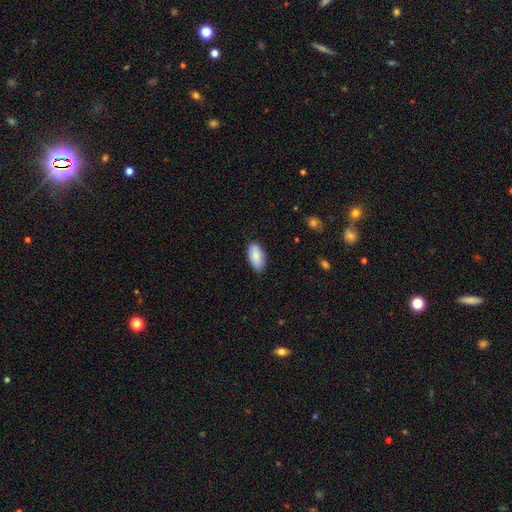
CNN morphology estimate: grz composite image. It shows a smooth galaxy with no disk features (85%) that is in between round and cigar-shaped (94%). Merging: none (82%).